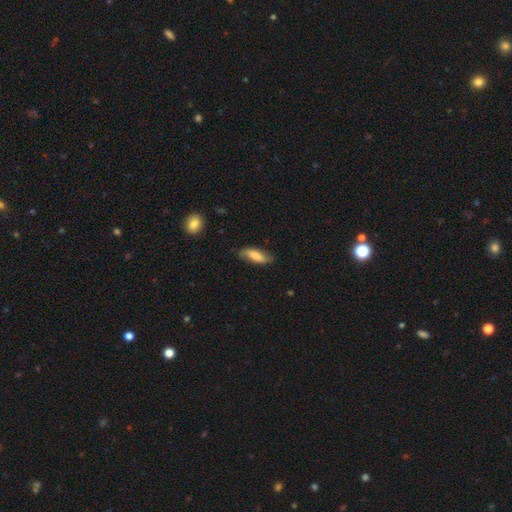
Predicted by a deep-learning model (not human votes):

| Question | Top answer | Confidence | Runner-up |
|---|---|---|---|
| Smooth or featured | smooth | 66% | featured or disk (27%) |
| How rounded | in between | 61% | cigar-shaped (36%) |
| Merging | none | 73% | minor disturbance (22%) |